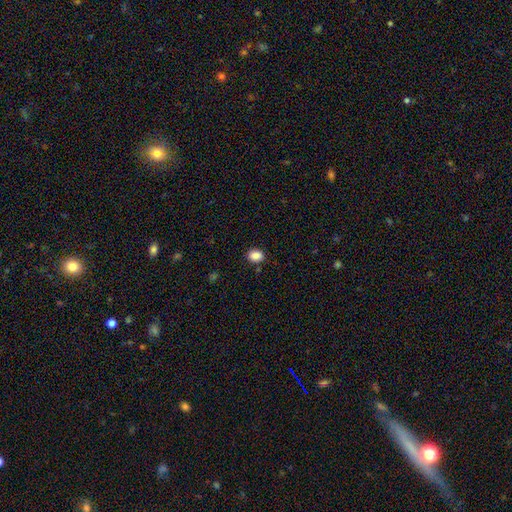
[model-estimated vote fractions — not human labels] The model was most divided on "how rounded": in between: 66%, round: 33%, cigar-shaped: 1%. More confident: smooth or featured — smooth (88%); merging — none (86%).